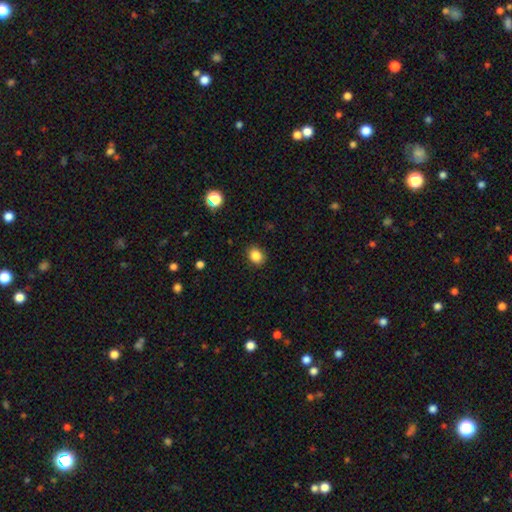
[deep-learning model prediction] Smooth or featured?
  - smooth: 85% *
  - star or artifact: 10%
  - featured or disk: 5%
How rounded?
  - round: 60% *
  - in between: 39%
  - cigar-shaped: 1%
Merging?
  - none: 89% *
  - minor disturbance: 8%
  - major disturbance: 2%
  - merger: 1%